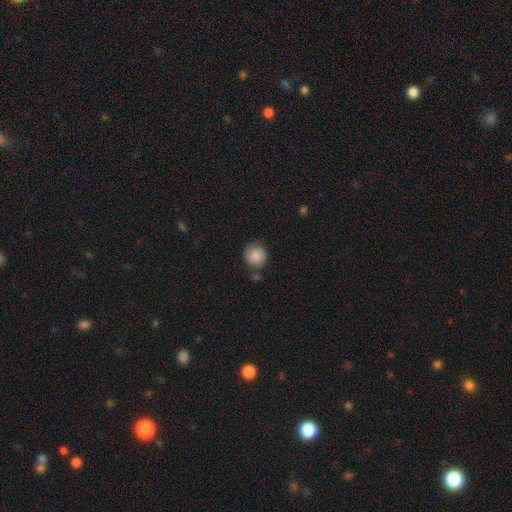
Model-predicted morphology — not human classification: smooth_or_featured: smooth (p=0.79) [alt: featured or disk p=0.13]
how_rounded: round (p=0.88) [alt: in between p=0.11]
merging: none (p=0.73) [alt: minor disturbance p=0.17]